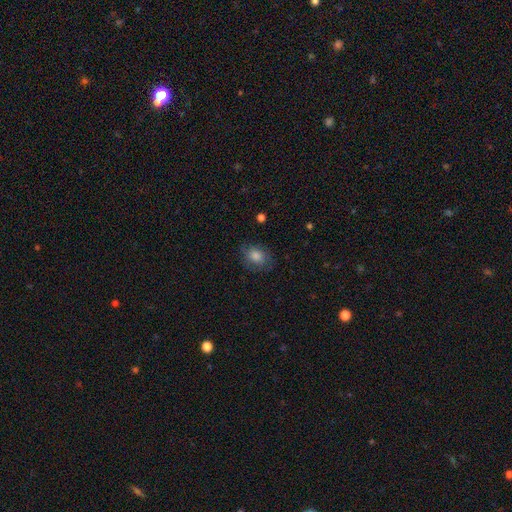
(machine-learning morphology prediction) A smooth galaxy with no disk features (75%) that is in between round and cigar-shaped (51%). Merging: none (75%).